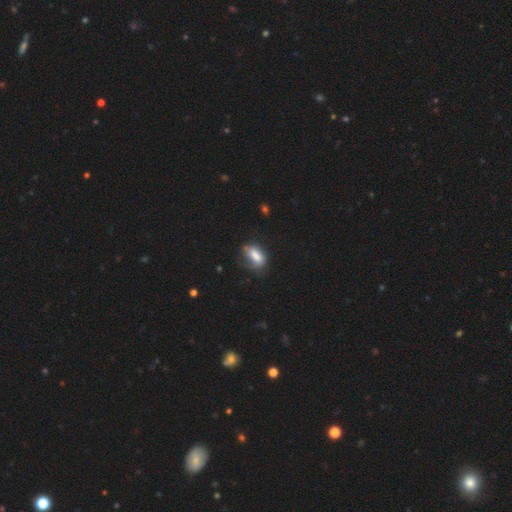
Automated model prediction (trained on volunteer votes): Smooth or featured?
  - smooth: 75% *
  - featured or disk: 16%
  - star or artifact: 9%
How rounded?
  - in between: 84% *
  - cigar-shaped: 9%
  - round: 7%
Merging?
  - none: 48% *
  - minor disturbance: 33%
  - major disturbance: 15%
  - merger: 3%